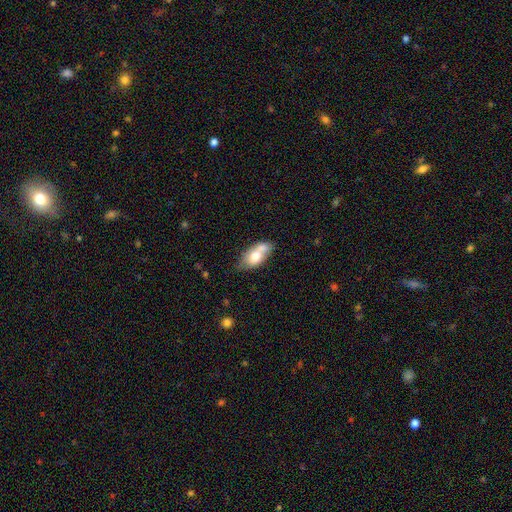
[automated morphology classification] Smooth or featured? Predicted: smooth (p=0.69). How rounded? Predicted: in between (p=0.86). Merging? Predicted: merger (p=0.39).